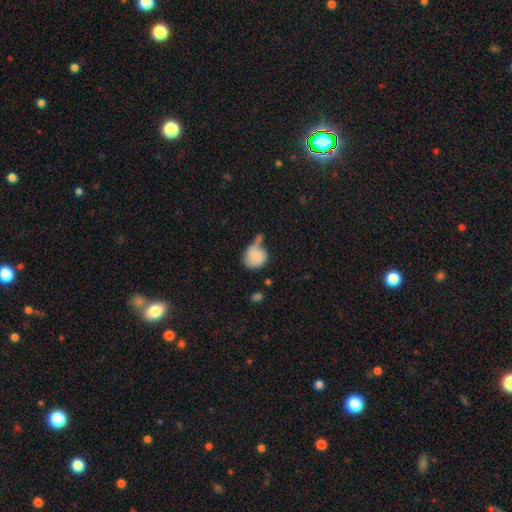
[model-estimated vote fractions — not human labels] A smooth galaxy with no disk features (76%) that is round (71%).

Vote fractions:
- Smooth or featured? smooth: 76% / featured or disk: 16% / star or artifact: 7%
- How rounded? round: 71% / in between: 28% / cigar-shaped: 1%
- Merging? none: 29% / minor disturbance: 28% / merger: 23% / major disturbance: 20%